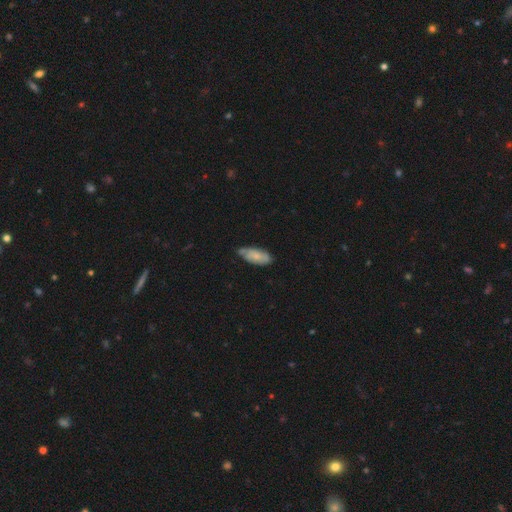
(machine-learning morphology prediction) Overall: smooth (61%; featured or disk 32%). How rounded: in between (87%). Merging: none (58%; minor disturbance 32%).